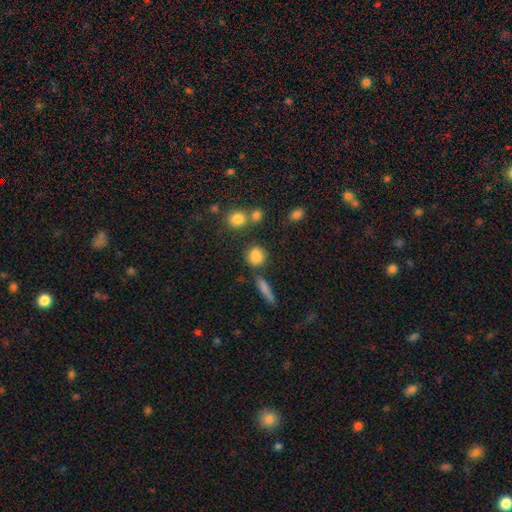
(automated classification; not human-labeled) Smooth or featured? Predicted: smooth (p=0.83). How rounded? Predicted: round (p=0.80). Merging? Predicted: none (p=0.74).